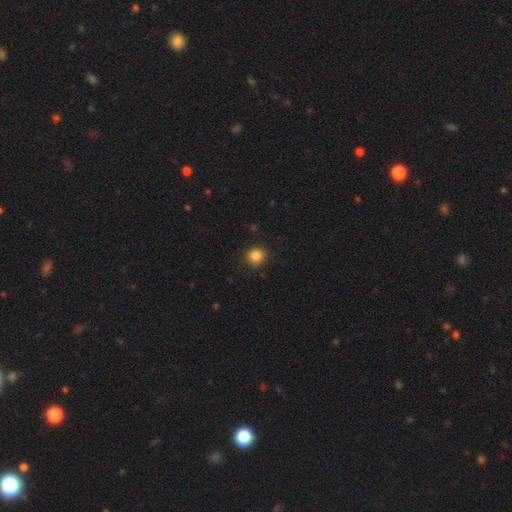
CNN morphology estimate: Smooth or featured? Predicted: smooth (p=0.85). How rounded? Predicted: round (p=0.90). Merging? Predicted: none (p=0.90).